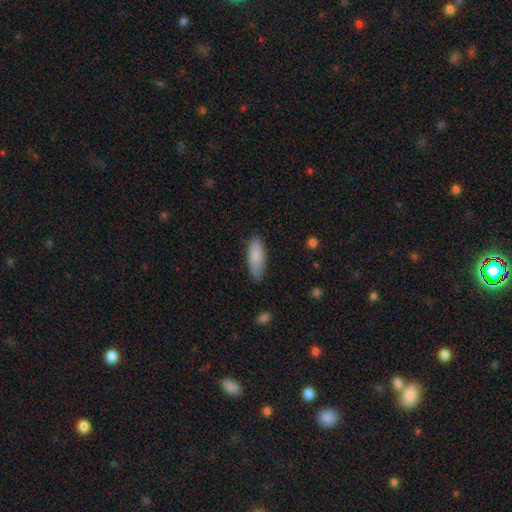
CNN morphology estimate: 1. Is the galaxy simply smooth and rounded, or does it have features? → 85% smooth, 9% featured or disk, 6% star or artifact.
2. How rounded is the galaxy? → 71% in between, 27% cigar-shaped, 2% round.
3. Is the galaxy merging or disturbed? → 77% none, 19% minor disturbance, 3% major disturbance, 1% merger.